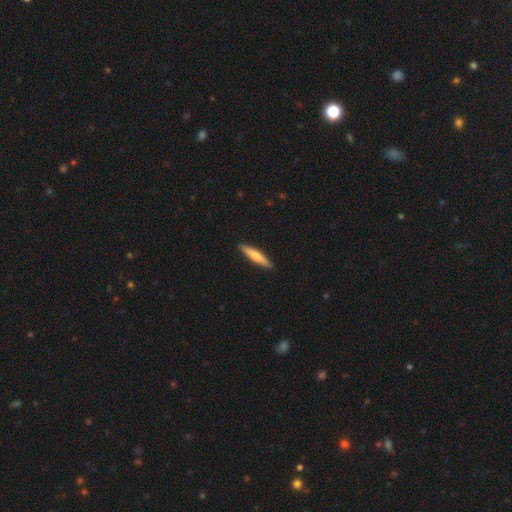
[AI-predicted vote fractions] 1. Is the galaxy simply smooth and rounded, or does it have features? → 60% smooth, 35% featured or disk, 5% star or artifact.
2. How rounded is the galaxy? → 89% cigar-shaped, 9% in between, 1% round.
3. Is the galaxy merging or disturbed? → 91% none, 7% minor disturbance, 1% major disturbance, 1% merger.